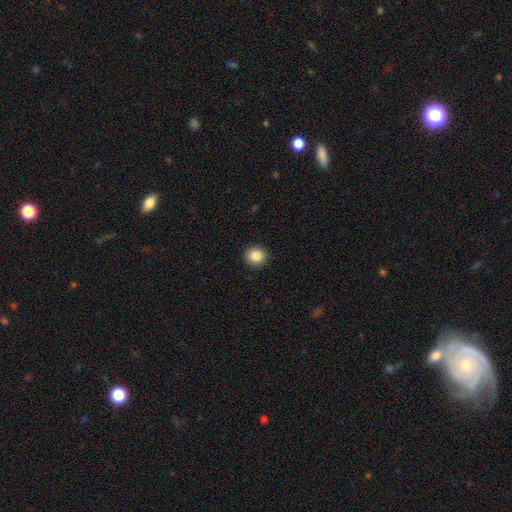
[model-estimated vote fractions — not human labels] The model was most divided on "smooth or featured": smooth: 87%, star or artifact: 9%, featured or disk: 4%. More confident: merging — none (92%); how rounded — round (90%).